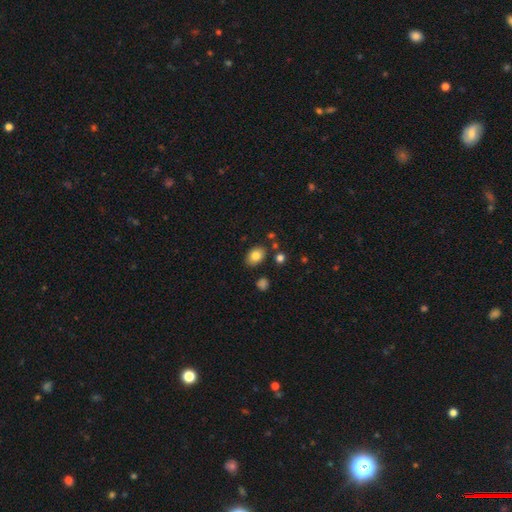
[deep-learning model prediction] Q: Smooth or featured?
A: smooth (81%); runner-up: featured or disk (10%)
Q: How rounded?
A: in between (77%); runner-up: round (22%)
Q: Merging?
A: none (82%); runner-up: minor disturbance (11%)